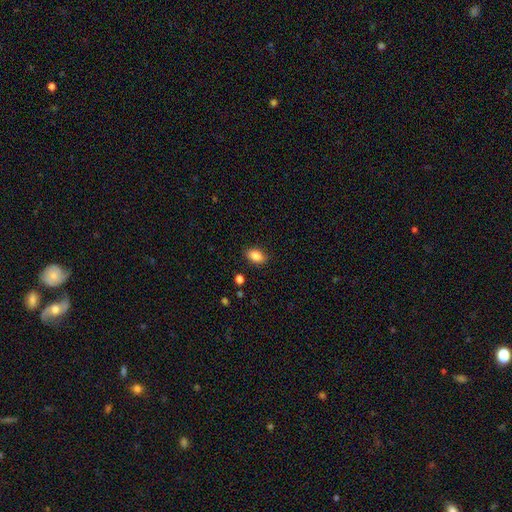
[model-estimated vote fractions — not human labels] A smooth galaxy with no disk features (86%) that is in between round and cigar-shaped (87%).

Vote fractions:
- Smooth or featured? smooth: 86% / star or artifact: 8% / featured or disk: 6%
- How rounded? in between: 87% / round: 10% / cigar-shaped: 2%
- Merging? none: 87% / minor disturbance: 9% / major disturbance: 2% / merger: 1%